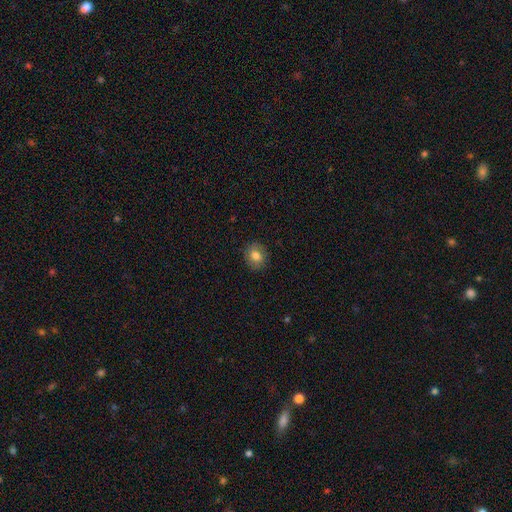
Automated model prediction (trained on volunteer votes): Smooth or featured: smooth — 80% (featured or disk — 10%)
How rounded: round — 66% (in between — 33%)
Merging: none — 89% (minor disturbance — 8%)